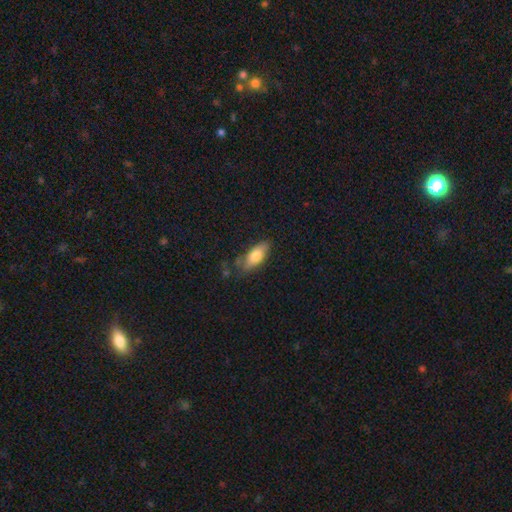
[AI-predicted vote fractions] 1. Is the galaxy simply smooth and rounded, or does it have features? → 77% smooth, 16% featured or disk, 7% star or artifact.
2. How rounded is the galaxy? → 76% in between, 21% cigar-shaped, 3% round.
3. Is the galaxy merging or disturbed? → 66% none, 24% minor disturbance, 6% major disturbance, 4% merger.